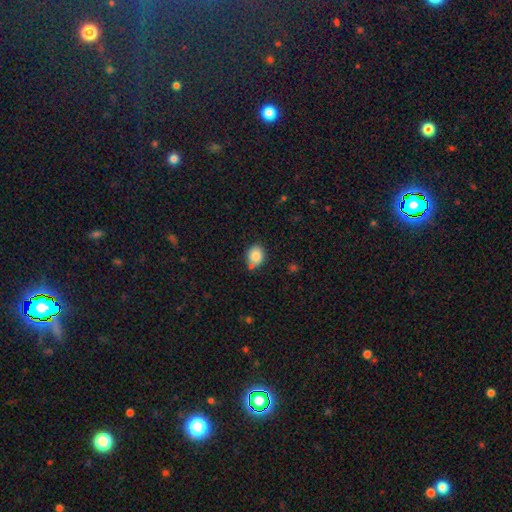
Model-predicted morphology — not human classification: This appears to be a smooth galaxy with no disk features (85%) that is round (57%). Merging: none (68%).